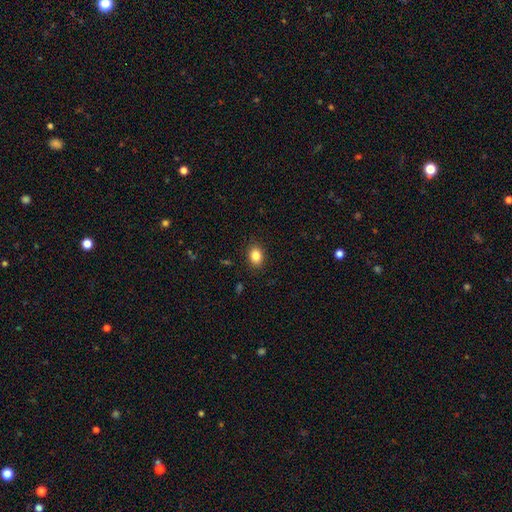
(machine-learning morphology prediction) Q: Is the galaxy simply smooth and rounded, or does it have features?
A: smooth — 86%.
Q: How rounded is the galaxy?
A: in between — 72%.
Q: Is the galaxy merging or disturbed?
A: none — 88%.